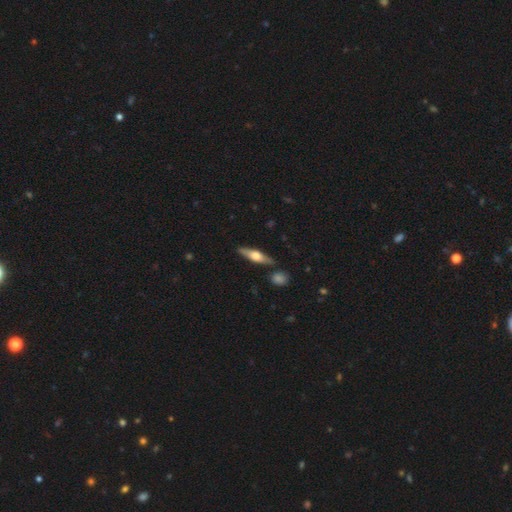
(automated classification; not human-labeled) This appears to be a featured or disk galaxy (55%) viewed edge-on (93%) with a rounded central bulge (91%). Merging: none (84%).